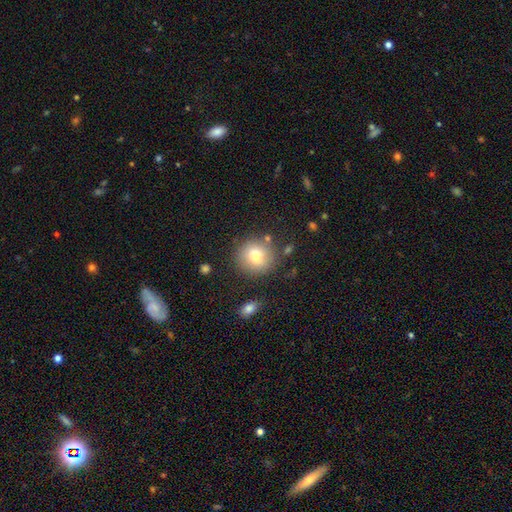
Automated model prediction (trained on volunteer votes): A smooth galaxy with no disk features (77%) that is round (89%). Merging: none (81%).